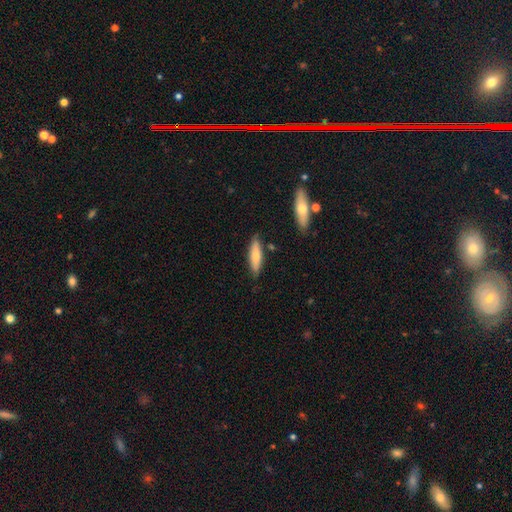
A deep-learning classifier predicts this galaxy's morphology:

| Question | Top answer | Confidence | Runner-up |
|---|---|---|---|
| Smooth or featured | smooth | 70% | featured or disk (24%) |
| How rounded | cigar-shaped | 64% | in between (35%) |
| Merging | none | 82% | minor disturbance (12%) |